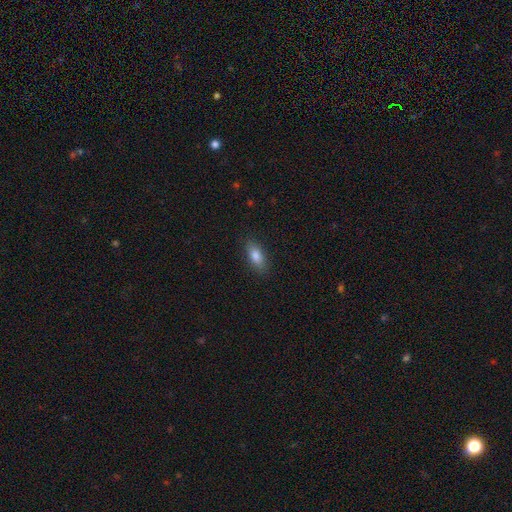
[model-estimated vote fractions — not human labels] Overall: smooth (82%). How rounded: in between (81%). Merging: none (86%).